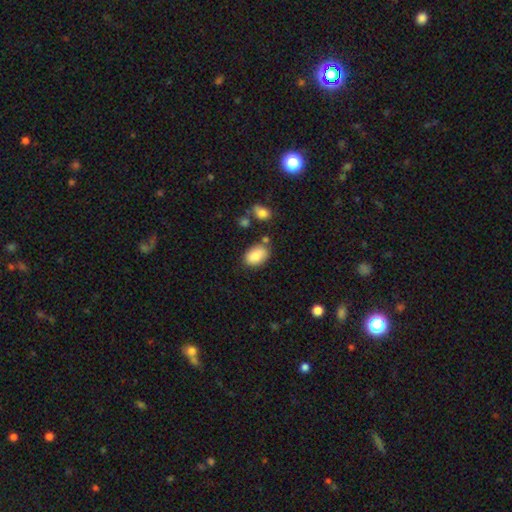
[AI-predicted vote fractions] A smooth galaxy with no disk features (84%) that is in between round and cigar-shaped (87%). Merging: none (71%).